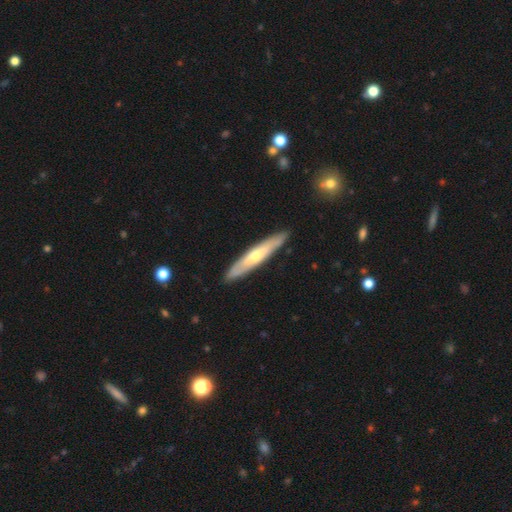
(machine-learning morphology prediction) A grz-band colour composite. It shows a featured or disk galaxy (54%) viewed edge-on (78%). Merging: none (88%).